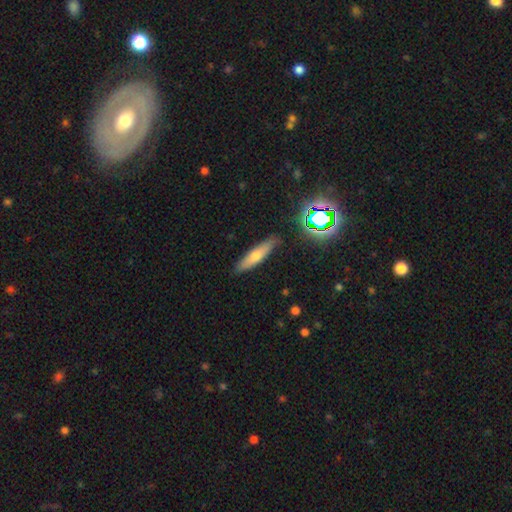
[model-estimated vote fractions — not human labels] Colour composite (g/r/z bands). It shows a smooth galaxy with no disk features (55%) that is cigar-shaped (78%). Merging: none (87%).